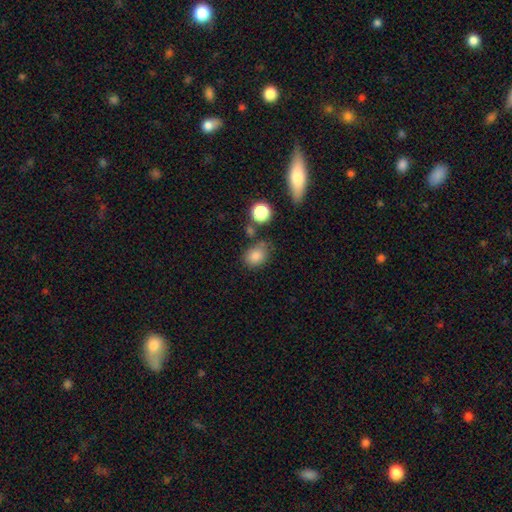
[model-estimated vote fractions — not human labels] Smooth or featured: smooth — 83% (star or artifact — 11%)
How rounded: in between — 56% (round — 42%)
Merging: none — 65% (minor disturbance — 19%)